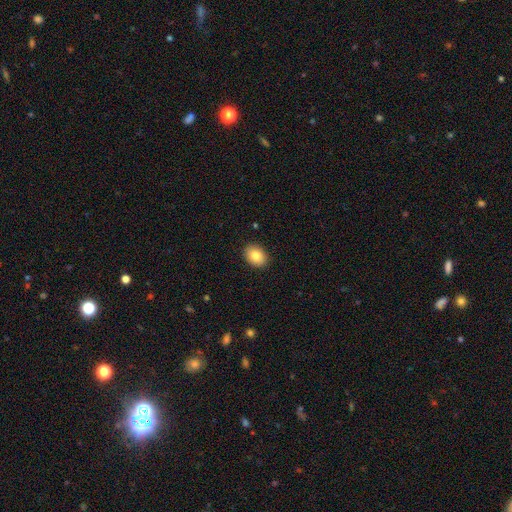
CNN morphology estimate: Overall: smooth (83%). How rounded: in between (66%; round 33%). Merging: none (90%).